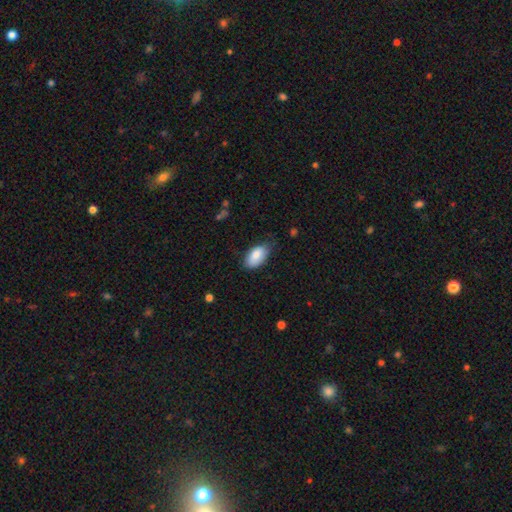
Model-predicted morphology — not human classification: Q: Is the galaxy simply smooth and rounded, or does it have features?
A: smooth — 84%.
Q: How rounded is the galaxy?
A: in between — 95%.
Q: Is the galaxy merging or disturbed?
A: none — 70%.